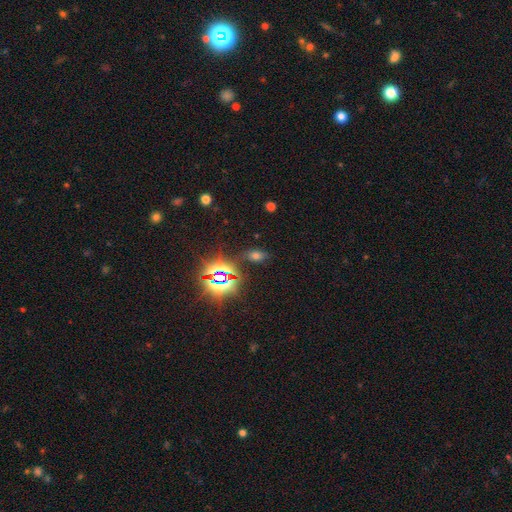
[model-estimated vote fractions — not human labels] Morphology: type=smooth (45%, tied with star or artifact); merging=none (79%).